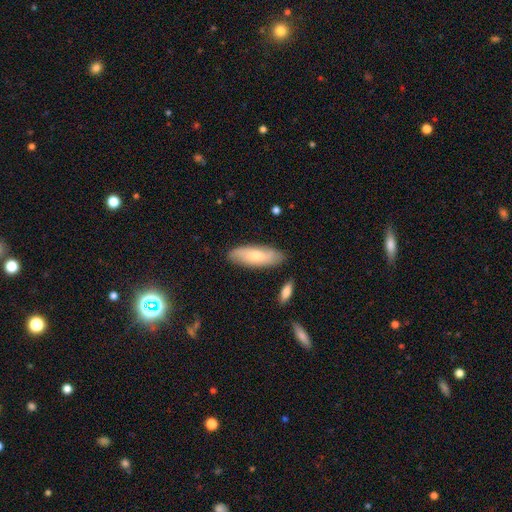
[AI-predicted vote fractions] Overall: smooth (64%; featured or disk 30%). How rounded: in between (65%; cigar-shaped 34%). Merging: none (82%).